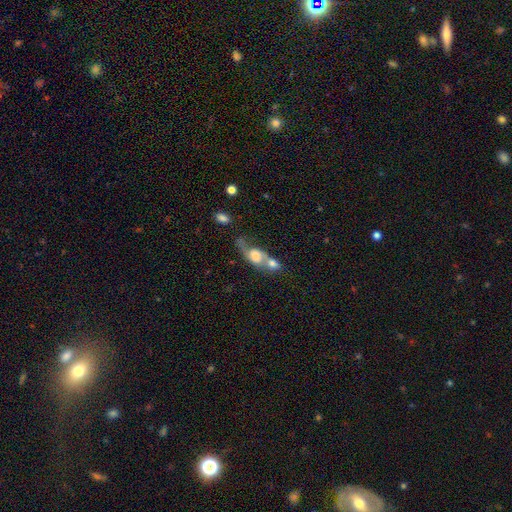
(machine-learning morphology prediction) This is possibly a smooth galaxy (49%). Merging: likely merger (69%).